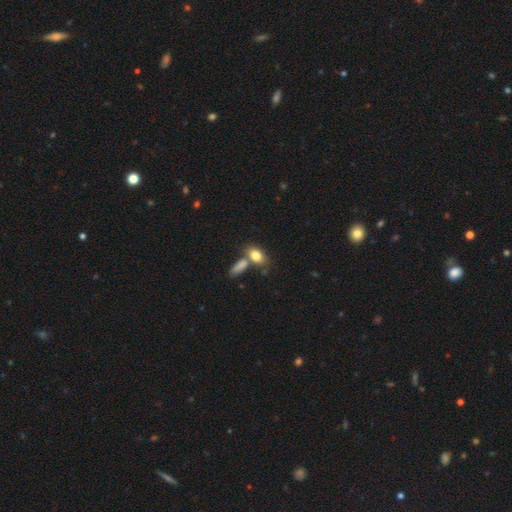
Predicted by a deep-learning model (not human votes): Q: Smooth or featured?
A: smooth (80%); runner-up: featured or disk (12%)
Q: How rounded?
A: in between (84%); runner-up: round (12%)
Q: Merging?
A: none (48%); runner-up: merger (36%)